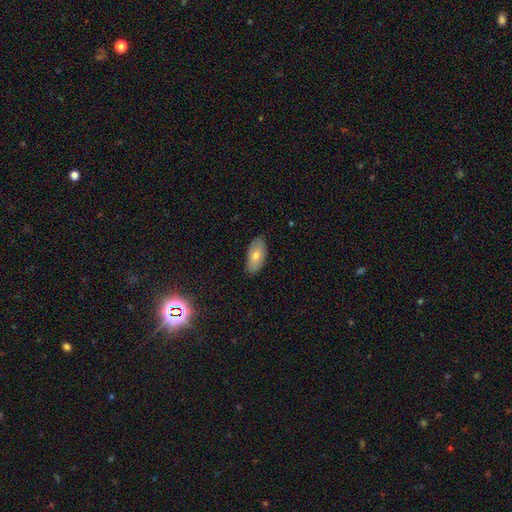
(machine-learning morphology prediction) smooth_or_featured: smooth (p=0.67) [alt: featured or disk p=0.24]
how_rounded: in between (p=0.91) [alt: cigar-shaped p=0.06]
merging: none (p=0.85) [alt: minor disturbance p=0.12]